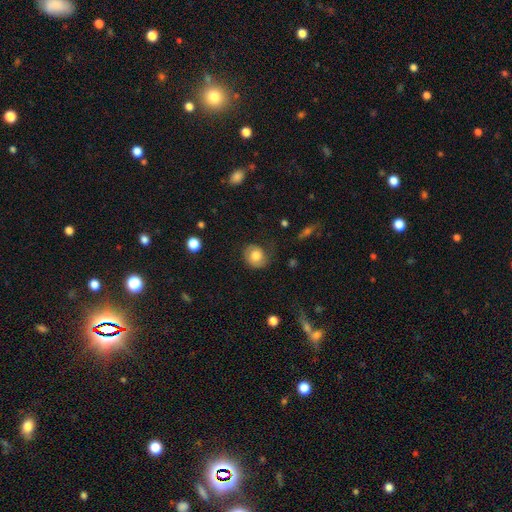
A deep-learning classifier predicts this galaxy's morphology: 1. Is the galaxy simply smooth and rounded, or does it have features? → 69% smooth, 23% featured or disk, 8% star or artifact.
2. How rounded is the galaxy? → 69% round, 30% in between, 1% cigar-shaped.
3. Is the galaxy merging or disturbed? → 64% none, 22% minor disturbance, 12% major disturbance, 2% merger.